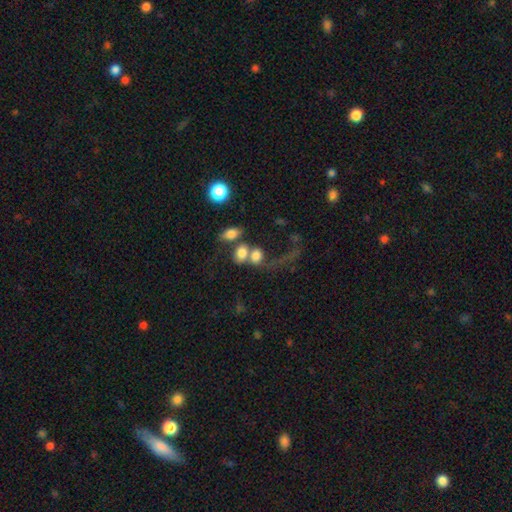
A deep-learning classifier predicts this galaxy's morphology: A smooth galaxy with no disk features (67%) that is in between round and cigar-shaped (60%). Merging: merger (55%).